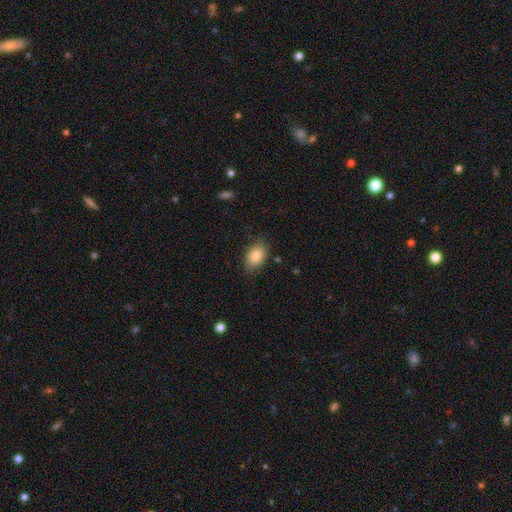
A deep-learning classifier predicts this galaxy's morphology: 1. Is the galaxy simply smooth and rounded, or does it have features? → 84% smooth, 8% featured or disk, 8% star or artifact.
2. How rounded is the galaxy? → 86% in between, 13% round, 1% cigar-shaped.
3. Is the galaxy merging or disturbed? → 83% none, 13% minor disturbance, 3% major disturbance, 1% merger.